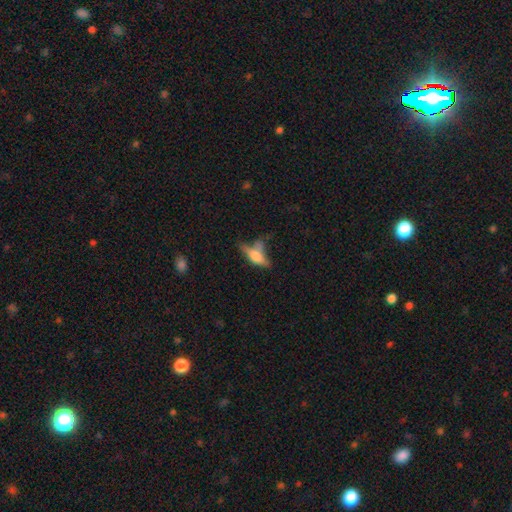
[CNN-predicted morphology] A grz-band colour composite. It shows a smooth galaxy with no disk features (50%) that is in between round and cigar-shaped (52%). Merging: none (41%).